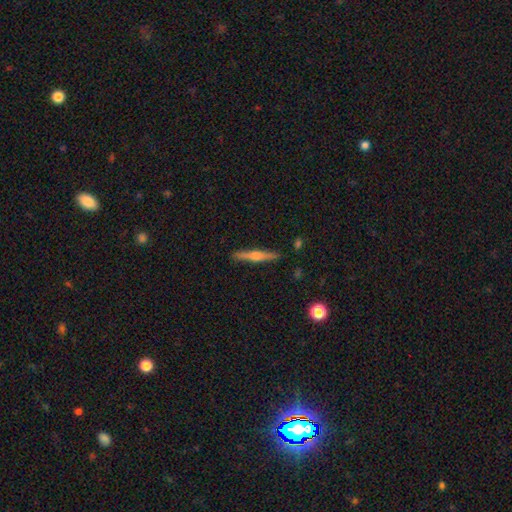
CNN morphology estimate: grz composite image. It shows a featured or disk galaxy (65%) viewed edge-on (98%) with a rounded central bulge (88%). Merging: none (90%).